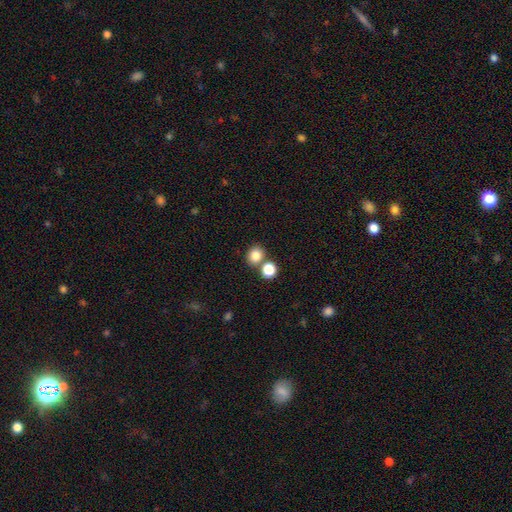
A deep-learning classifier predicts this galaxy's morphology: Smooth or featured? smooth (83%)
How rounded? round (75%)
Merging? none (69%)